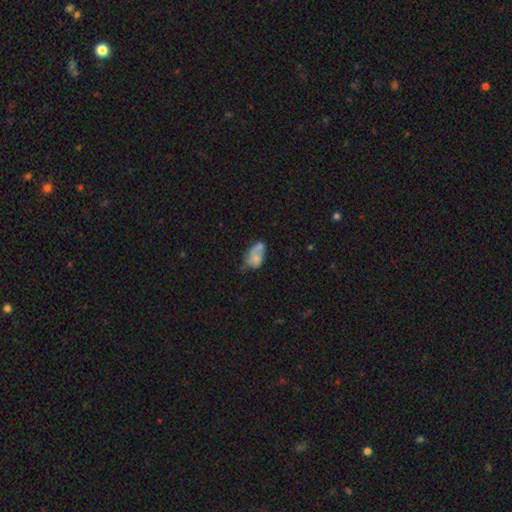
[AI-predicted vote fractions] This appears to be a smooth galaxy with no disk features (61%) that is in between round and cigar-shaped (86%). Merging: merger (30%).